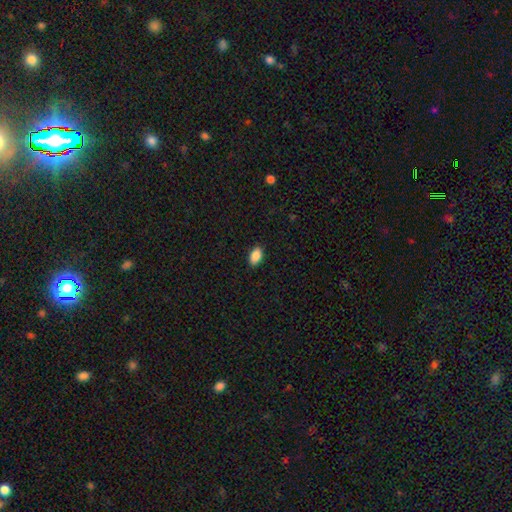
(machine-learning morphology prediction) Q: Smooth or featured?
A: smooth (89%); runner-up: star or artifact (7%)
Q: How rounded?
A: in between (93%); runner-up: round (5%)
Q: Merging?
A: none (89%); runner-up: minor disturbance (8%)